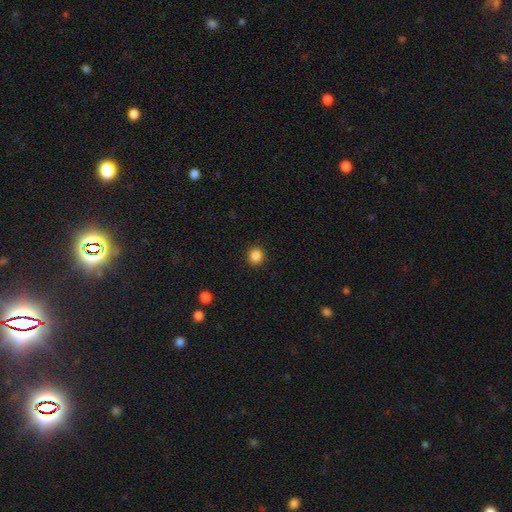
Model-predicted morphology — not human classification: Overall: smooth (86%). How rounded: round (88%). Merging: none (91%).